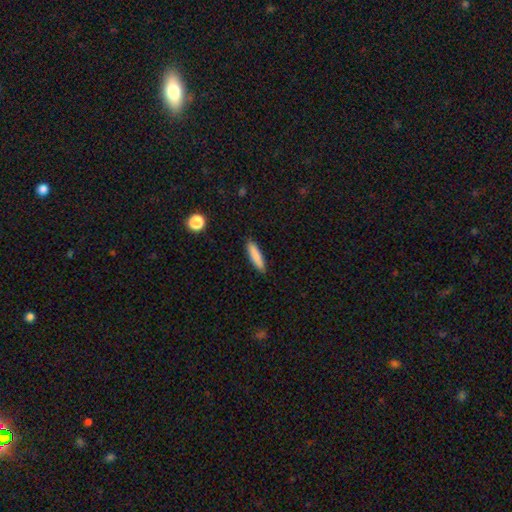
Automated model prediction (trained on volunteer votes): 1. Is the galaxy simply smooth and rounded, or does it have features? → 85% smooth, 8% featured or disk, 6% star or artifact.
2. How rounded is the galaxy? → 79% cigar-shaped, 19% in between, 1% round.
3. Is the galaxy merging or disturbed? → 90% none, 8% minor disturbance, 2% major disturbance, 1% merger.